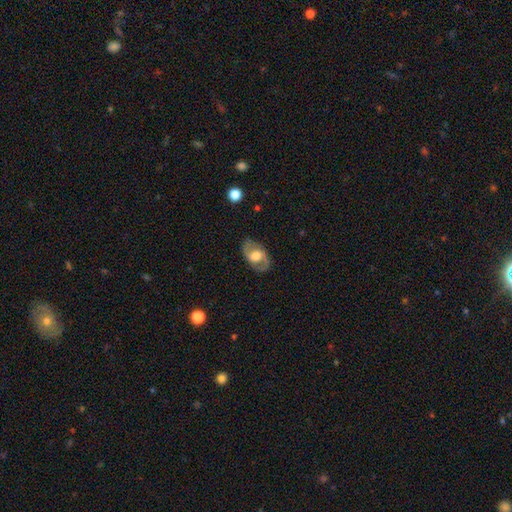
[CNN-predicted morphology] This appears to be a featured or disk galaxy (75%) with no bar (50%), 2 (90%) medium (54%) spiral arms (84%) and a moderate central bulge (45%). Merging: none (83%).